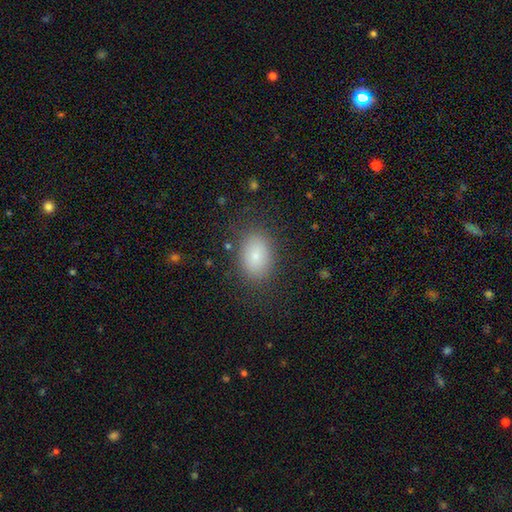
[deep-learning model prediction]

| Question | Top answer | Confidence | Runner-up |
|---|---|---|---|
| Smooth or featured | smooth | 79% | featured or disk (11%) |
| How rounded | in between | 81% | round (18%) |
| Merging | none | 82% | minor disturbance (12%) |